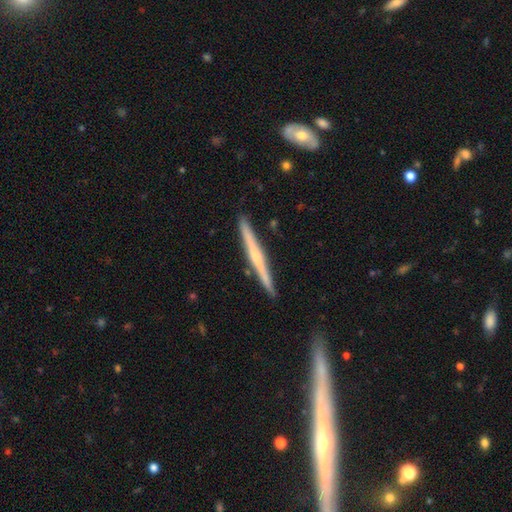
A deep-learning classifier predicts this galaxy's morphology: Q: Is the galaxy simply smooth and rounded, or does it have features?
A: featured or disk — 62%.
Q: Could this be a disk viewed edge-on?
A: yes — 98%.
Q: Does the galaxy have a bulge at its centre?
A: rounded — 47%.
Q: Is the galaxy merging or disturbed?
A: none — 90%.